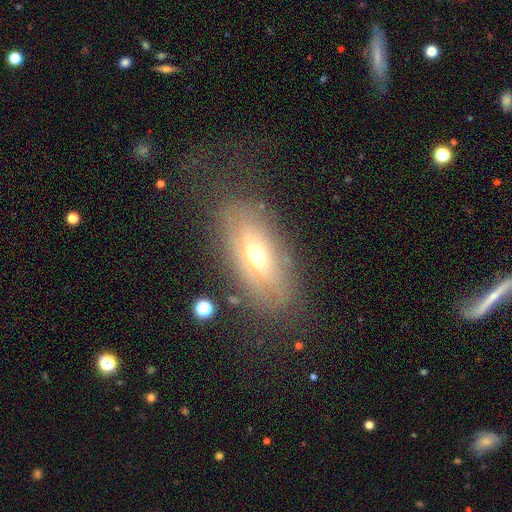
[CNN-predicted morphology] The model was most divided on "smooth or featured": featured or disk: 56%, smooth: 35%, star or artifact: 9%. More confident: merging — none (70%); edge-on disk — no (68%).